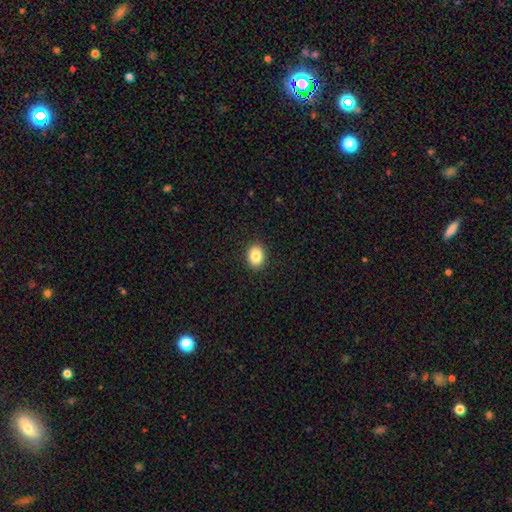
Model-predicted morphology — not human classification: Smooth or featured?
  - smooth: 85% *
  - star or artifact: 9%
  - featured or disk: 6%
How rounded?
  - in between: 63% *
  - round: 36%
  - cigar-shaped: 1%
Merging?
  - none: 90% *
  - minor disturbance: 7%
  - major disturbance: 2%
  - merger: 1%